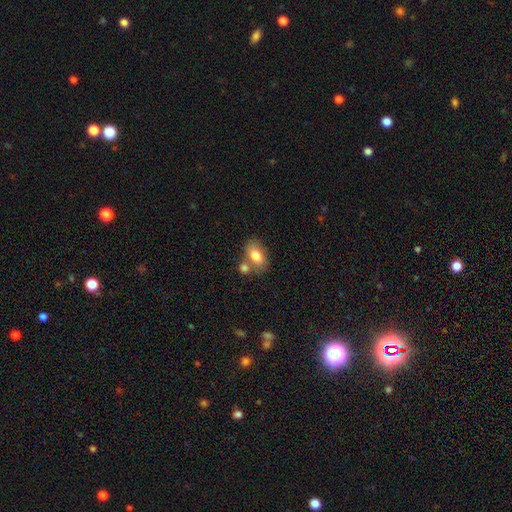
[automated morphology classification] Overall: smooth (77%). How rounded: in between (85%). Merging: none (54%; merger 28%).